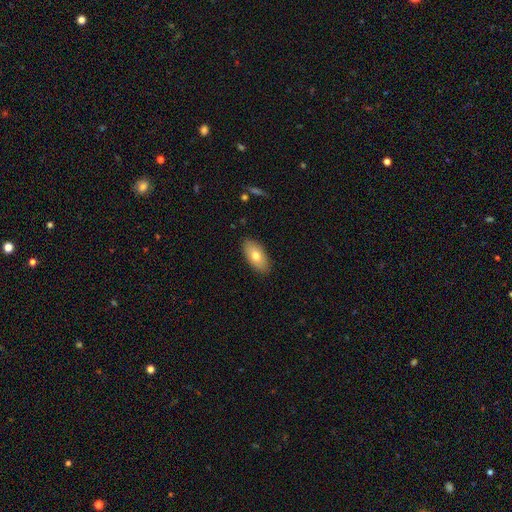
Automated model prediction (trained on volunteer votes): This appears to be a smooth galaxy with no disk features (73%) that is in between round and cigar-shaped (92%). Merging: none (87%).